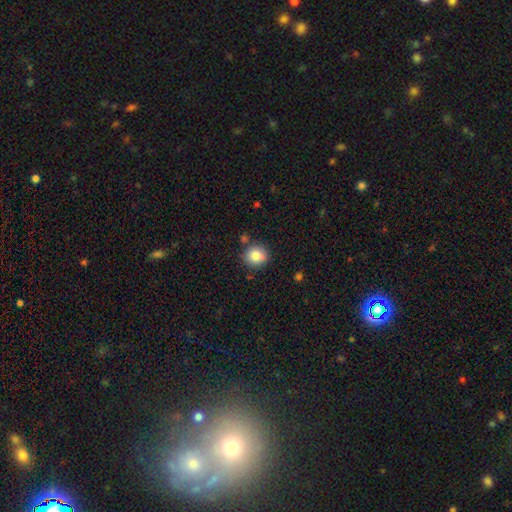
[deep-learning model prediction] Smooth or featured: smooth — 82% (star or artifact — 10%)
How rounded: round — 84% (in between — 15%)
Merging: none — 81% (minor disturbance — 11%)